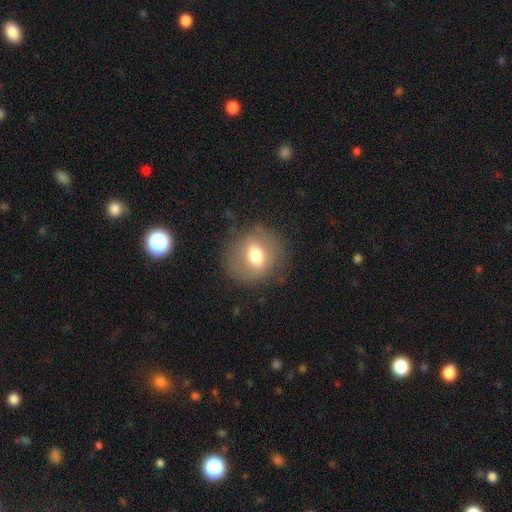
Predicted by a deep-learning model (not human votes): This is likely a smooth galaxy (65%). How rounded: likely round (69%). Merging: likely none (77%).